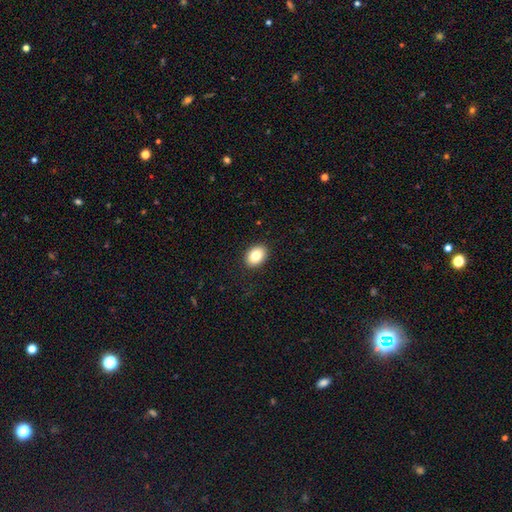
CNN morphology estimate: A smooth galaxy with no disk features (82%) that is in between round and cigar-shaped (71%). Merging: none (90%).